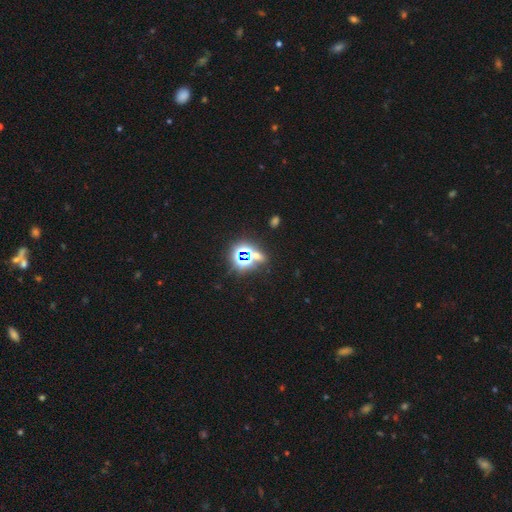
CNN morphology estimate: Smooth or featured: star or artifact — 71% (smooth — 21%)